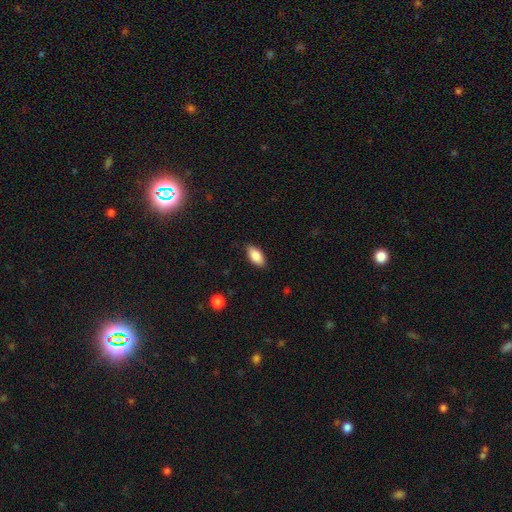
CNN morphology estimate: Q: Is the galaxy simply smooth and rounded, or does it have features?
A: smooth — 86%.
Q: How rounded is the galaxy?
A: in between — 91%.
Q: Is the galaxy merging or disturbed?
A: none — 86%.